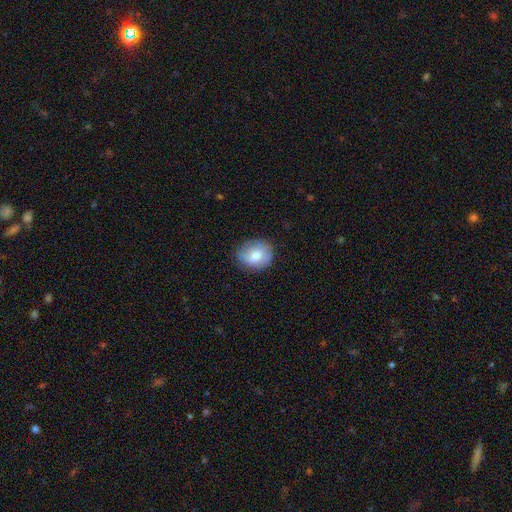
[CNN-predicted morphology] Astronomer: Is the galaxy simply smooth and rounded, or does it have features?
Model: smooth — 75%.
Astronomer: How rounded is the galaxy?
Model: round — 63%.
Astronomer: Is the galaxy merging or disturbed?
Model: none — 79%.